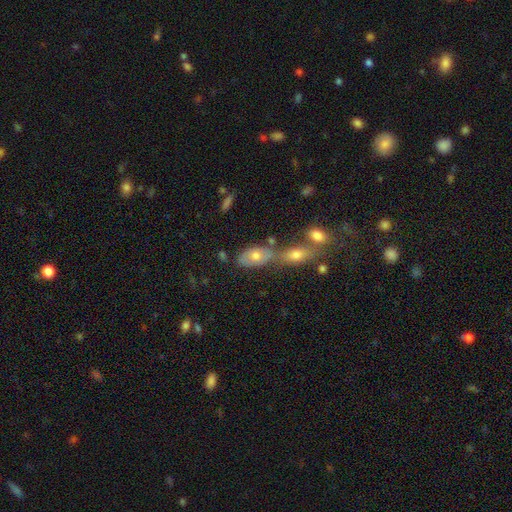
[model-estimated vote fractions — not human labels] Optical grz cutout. It shows a smooth galaxy with no disk features (67%) that is in between round and cigar-shaped (88%). Merging: merger (44%).